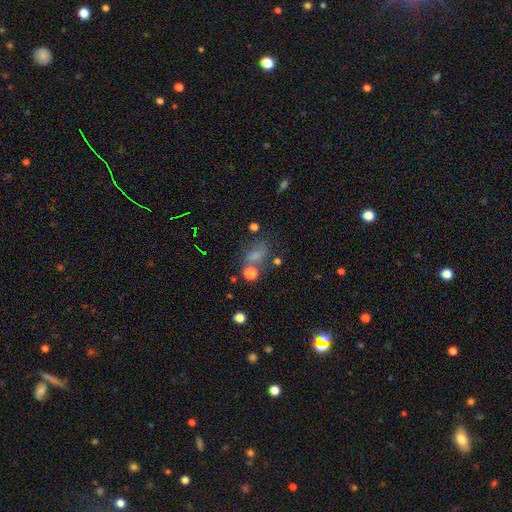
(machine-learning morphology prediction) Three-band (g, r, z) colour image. It shows a smooth galaxy with no disk features (58%) that is in between round and cigar-shaped (62%). Merging: none (46%).